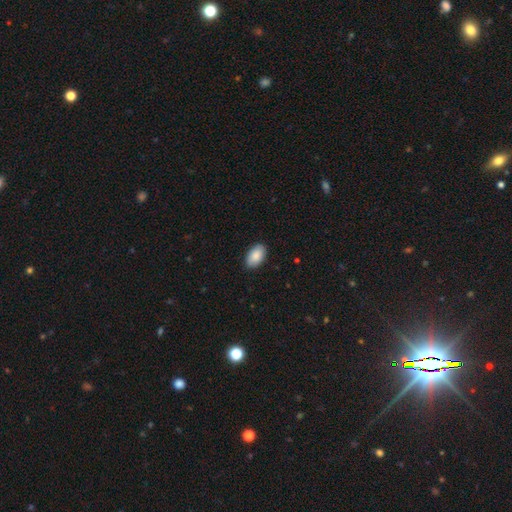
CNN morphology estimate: smooth-or-featured: smooth: 88% | star or artifact: 6% | featured or disk: 6%
  how-rounded: in between: 94% | round: 4% | cigar-shaped: 1%
  merging: none: 88% | minor disturbance: 9% | major disturbance: 2% | merger: 1%